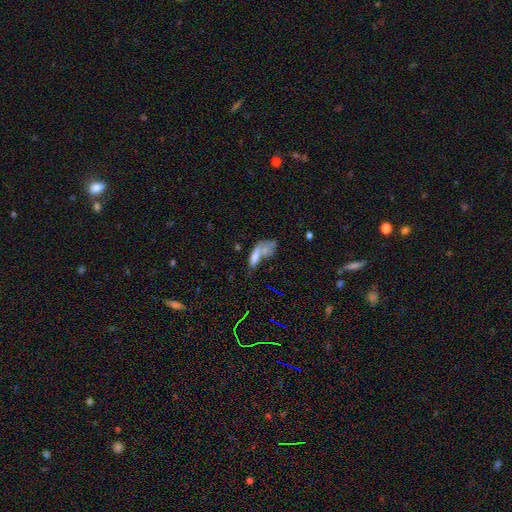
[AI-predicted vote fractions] smooth_or_featured: smooth (p=0.58) [alt: featured or disk p=0.27]
how_rounded: in between (p=0.71) [alt: cigar-shaped p=0.23]
merging: merger (p=0.45) [alt: major disturbance p=0.21]